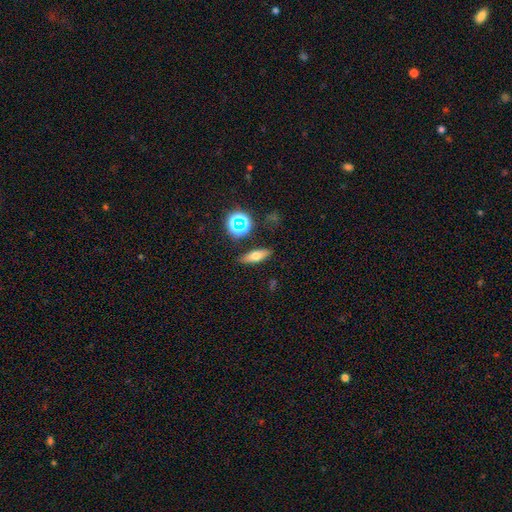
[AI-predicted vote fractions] The model was most divided on "how rounded": in between: 54%, cigar-shaped: 39%, round: 7%. More confident: merging — none (85%); smooth or featured — smooth (62%).